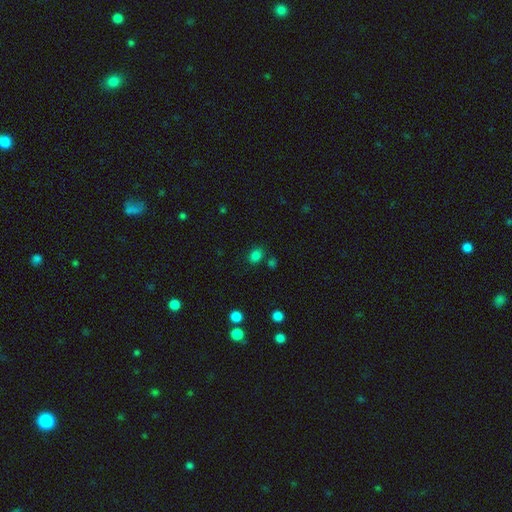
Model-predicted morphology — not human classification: Smooth or featured?
  - smooth: 79% *
  - star or artifact: 16%
  - featured or disk: 5%
How rounded?
  - round: 51% *
  - in between: 48%
  - cigar-shaped: 1%
Merging?
  - none: 76% *
  - minor disturbance: 13%
  - merger: 7%
  - major disturbance: 4%